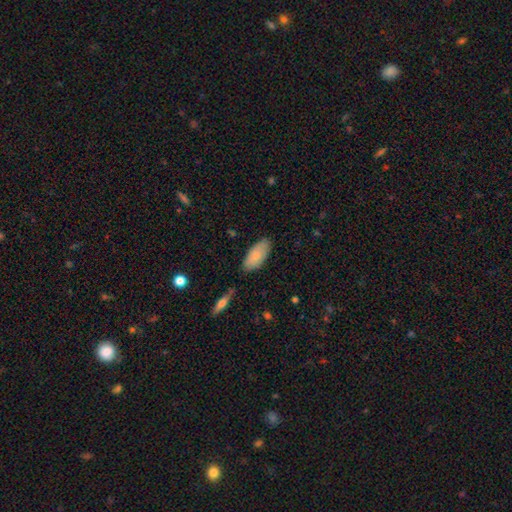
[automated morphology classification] The model was most divided on "merging": none: 79%, minor disturbance: 16%, major disturbance: 3%, merger: 2%. More confident: how rounded — in between (91%); smooth or featured — smooth (80%).